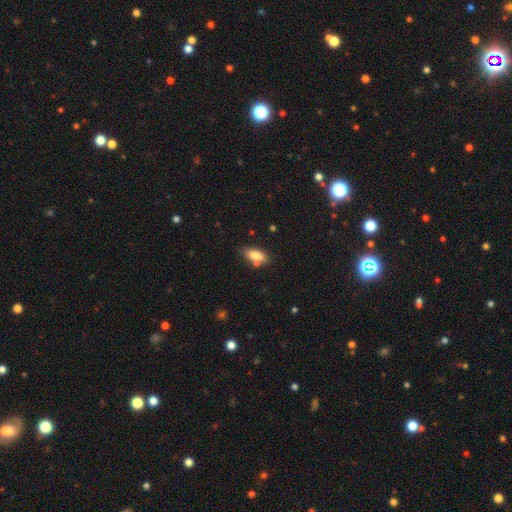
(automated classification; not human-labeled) Smooth or featured?
  - smooth: 80% *
  - featured or disk: 12%
  - star or artifact: 8%
How rounded?
  - in between: 82% *
  - cigar-shaped: 15%
  - round: 3%
Merging?
  - none: 65% *
  - minor disturbance: 19%
  - merger: 12%
  - major disturbance: 4%